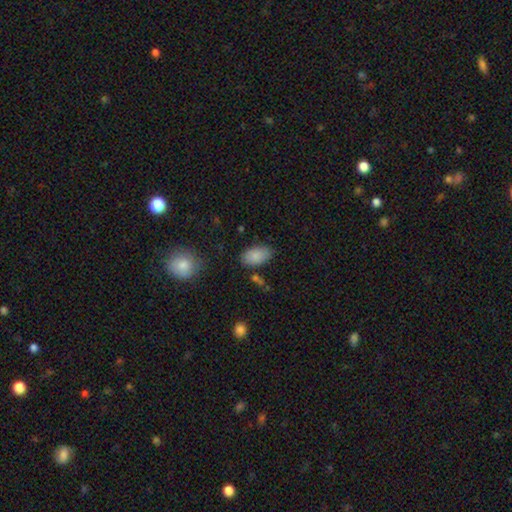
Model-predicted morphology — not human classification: smooth 86%, star or artifact 7%, featured or disk 6%. Down the decision tree: how rounded — in between (94%); merging — none (79%).